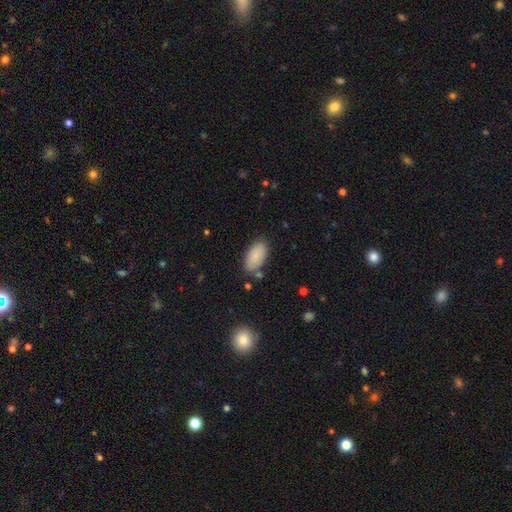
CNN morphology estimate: Smooth or featured?
  - smooth: 86% *
  - featured or disk: 7%
  - star or artifact: 7%
How rounded?
  - in between: 94% *
  - cigar-shaped: 3%
  - round: 3%
Merging?
  - none: 78% *
  - minor disturbance: 14%
  - merger: 5%
  - major disturbance: 3%